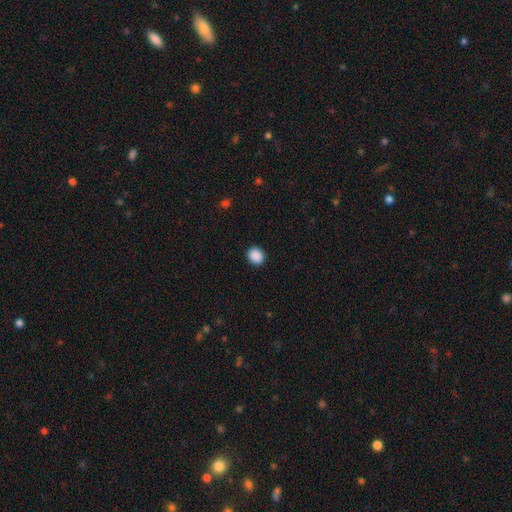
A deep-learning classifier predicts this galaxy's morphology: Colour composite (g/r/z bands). It shows a smooth galaxy with no disk features (90%) that is round (70%). Merging: none (91%).